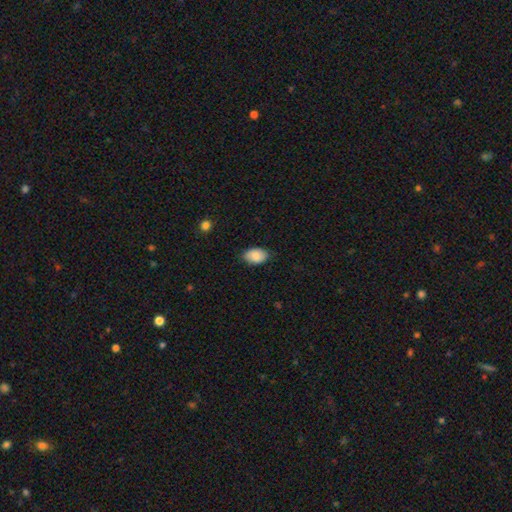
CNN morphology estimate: Smooth or featured? smooth (85%)
How rounded? in between (89%)
Merging? none (81%)